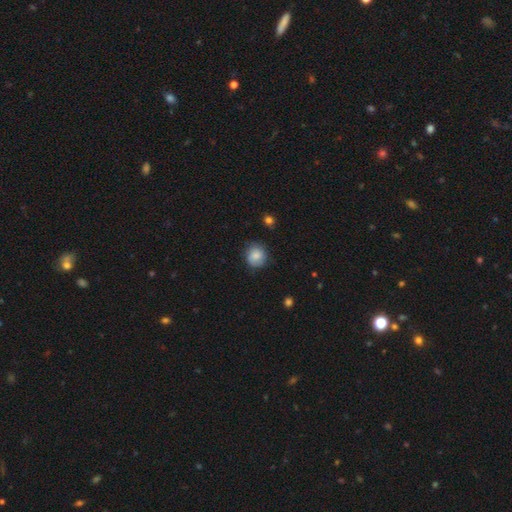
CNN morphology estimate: Overall: smooth (78%). How rounded: round (85%). Merging: none (78%).